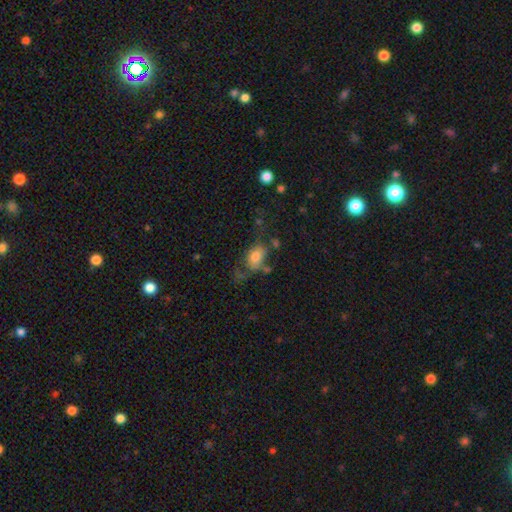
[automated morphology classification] Smooth or featured: smooth — 71% (featured or disk — 19%)
How rounded: in between — 83% (round — 15%)
Merging: none — 36% (major disturbance — 28%)